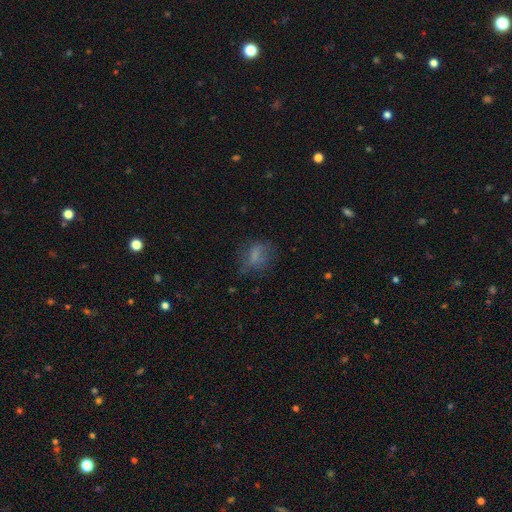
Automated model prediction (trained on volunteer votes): smooth 63%, featured or disk 22%, star or artifact 15%. Down the decision tree: how rounded — in between (57%); merging — none (51%).